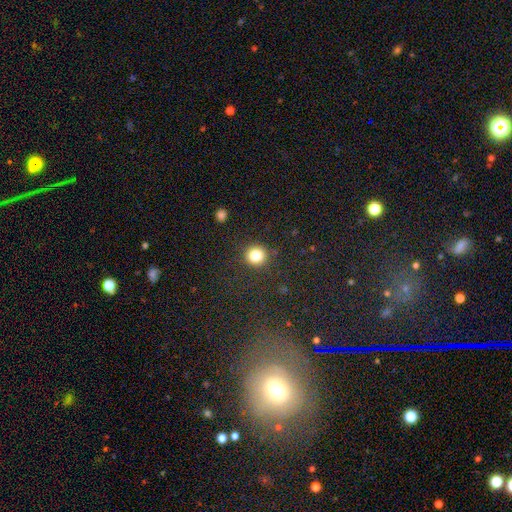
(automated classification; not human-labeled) smooth 83%, star or artifact 12%, featured or disk 5%. Down the decision tree: how rounded — round (91%); merging — none (89%).